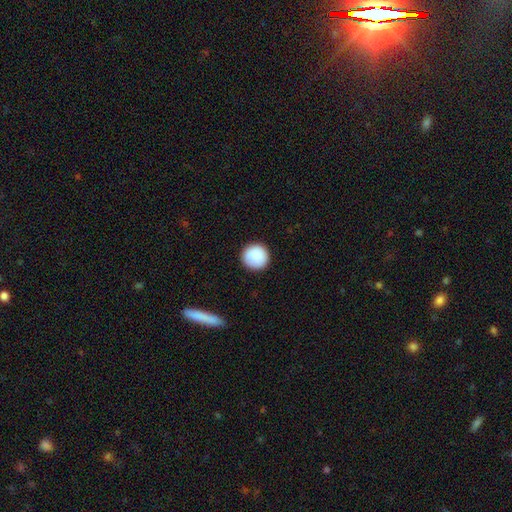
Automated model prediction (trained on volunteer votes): smooth 89%, star or artifact 7%, featured or disk 4%. Down the decision tree: how rounded — round (96%); merging — none (91%).